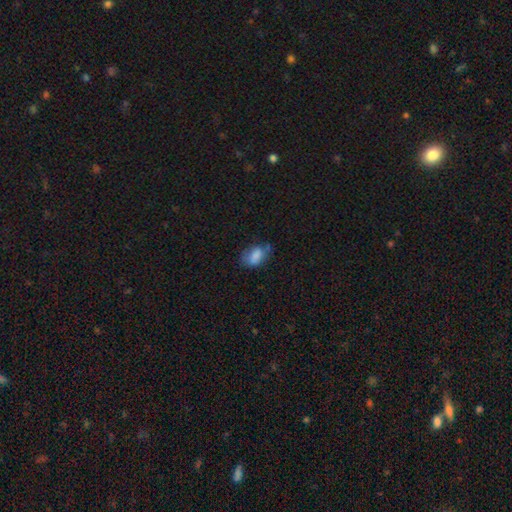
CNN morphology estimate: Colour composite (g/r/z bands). It shows a smooth galaxy with no disk features (74%) that is in between round and cigar-shaped (85%). Merging: none (48%).